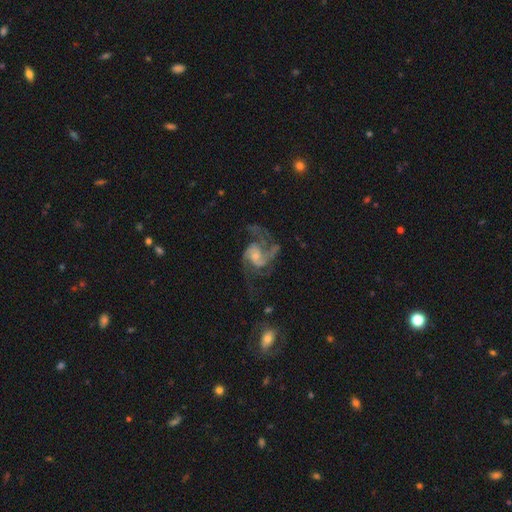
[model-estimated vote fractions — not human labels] A featured or disk galaxy (87%) with no bar (57%), 2 (58%) medium (53%) spiral arms (96%) and a small central bulge (60%). Merging: none (54%).